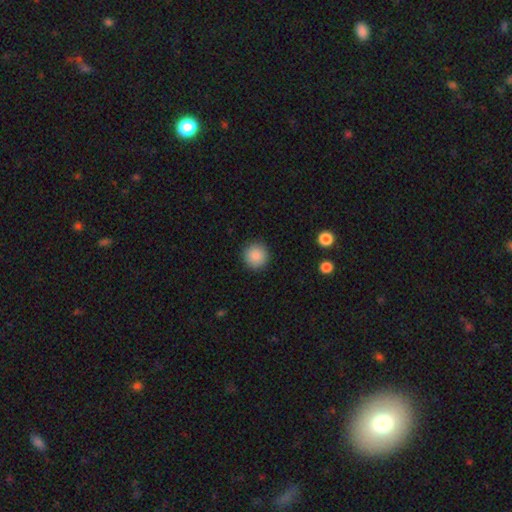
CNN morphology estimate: Smooth or featured?
  - smooth: 88% *
  - star or artifact: 8%
  - featured or disk: 3%
How rounded?
  - round: 95% *
  - in between: 4%
  - cigar-shaped: 1%
Merging?
  - none: 92% *
  - minor disturbance: 5%
  - major disturbance: 2%
  - merger: 1%